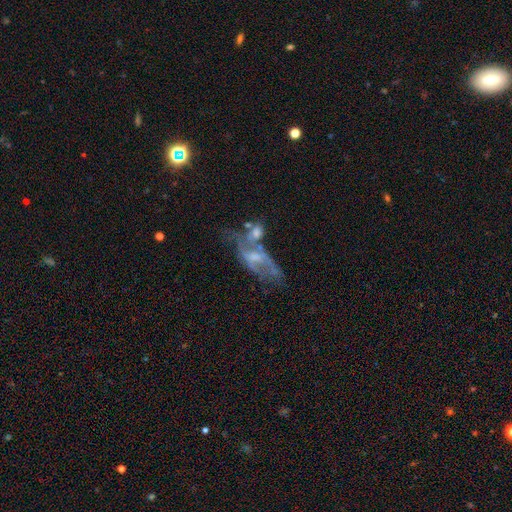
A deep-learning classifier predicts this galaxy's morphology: featured or disk 65%, smooth 22%, star or artifact 13%. Down the decision tree: edge-on disk — no (84%); bar — no (46%); spiral arms — yes (54%); bulge size — small (45%); merging — none (33%).